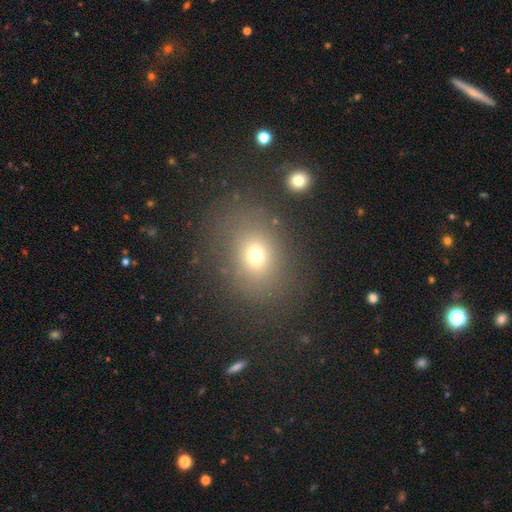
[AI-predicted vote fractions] This appears to be a smooth galaxy with no disk features (68%) that is in between round and cigar-shaped (52%). Merging: none (77%).